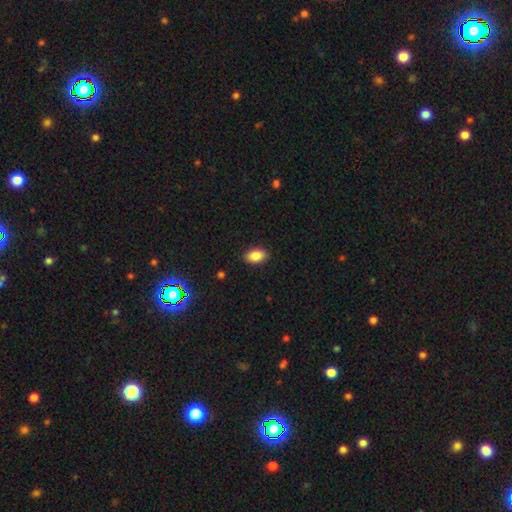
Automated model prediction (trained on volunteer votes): Overall: smooth (86%). How rounded: in between (90%). Merging: none (88%).